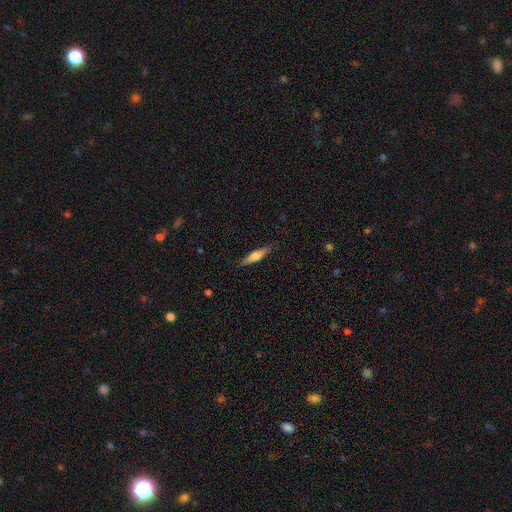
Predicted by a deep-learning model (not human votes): A smooth galaxy with no disk features (56%) that is cigar-shaped (80%).

Vote fractions:
- Smooth or featured? smooth: 56% / featured or disk: 38% / star or artifact: 6%
- How rounded? cigar-shaped: 80% / in between: 19% / round: 2%
- Merging? none: 86% / minor disturbance: 10% / major disturbance: 2% / merger: 1%